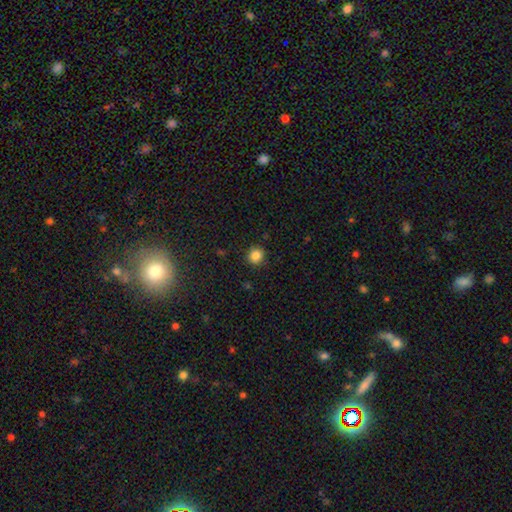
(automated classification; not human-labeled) A smooth galaxy with no disk features (85%) that is round (91%). Merging: none (90%).